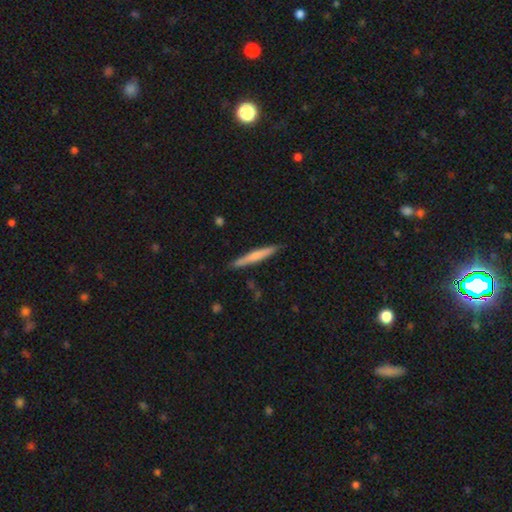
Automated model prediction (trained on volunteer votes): This is possibly a smooth galaxy (59%). How rounded: clearly cigar-shaped (95%). Merging: clearly none (88%).